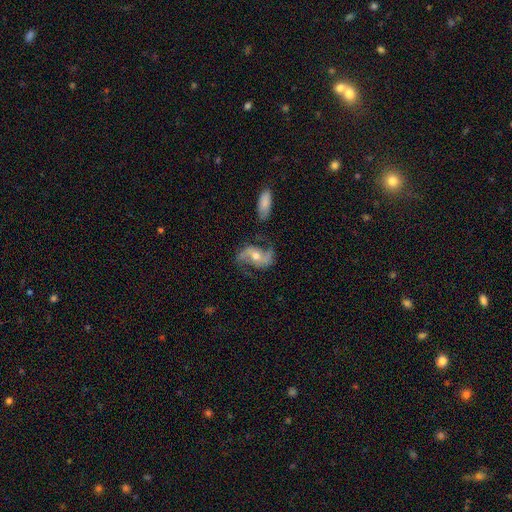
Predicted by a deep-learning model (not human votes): Morphology: type=featured or disk (84%); edge-on=no (96%); bar=no (43%); spiral arms=yes (94%); winding=loose (57%); arm count=2 (92%); bulge=moderate (66%); merging=none (66%).